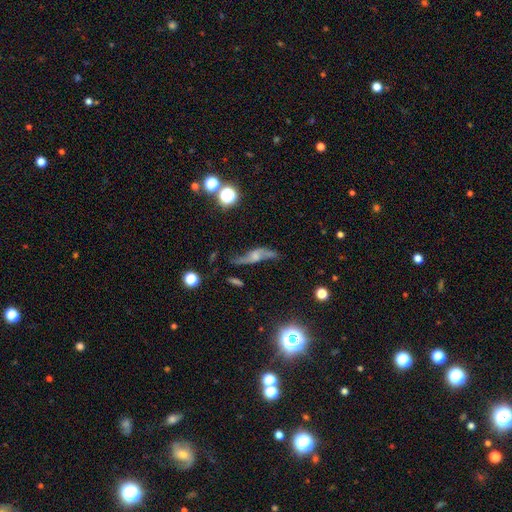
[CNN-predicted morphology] Q: Smooth or featured?
A: featured or disk (67%); runner-up: smooth (22%)
Q: Edge-on disk?
A: no (72%); runner-up: yes (28%)
Q: Merging?
A: none (54%); runner-up: minor disturbance (25%)